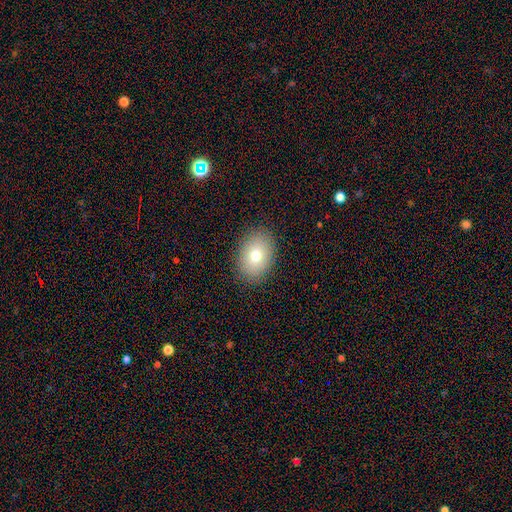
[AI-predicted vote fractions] The model was most divided on "how rounded": in between: 80%, round: 19%, cigar-shaped: 1%. More confident: merging — none (88%); smooth or featured — smooth (76%).